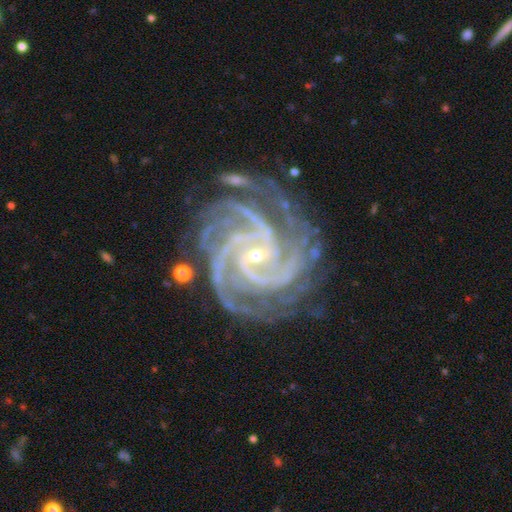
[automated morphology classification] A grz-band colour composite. It shows a featured or disk galaxy (94%) with a weak bar (40%), 4 (31%) tight (63%) spiral arms (99%) and a small central bulge (83%). Merging: none (73%).